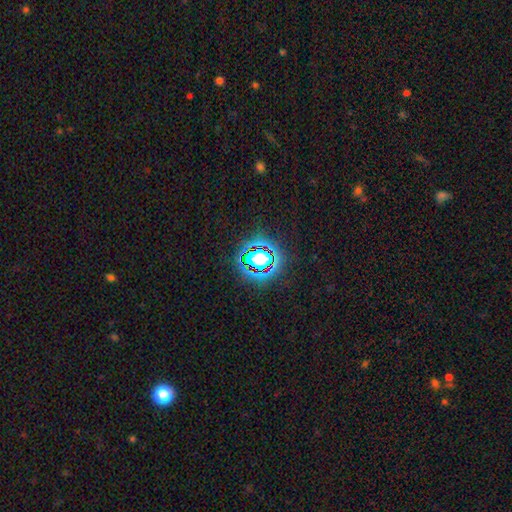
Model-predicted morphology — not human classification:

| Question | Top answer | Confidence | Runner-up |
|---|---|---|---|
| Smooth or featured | star or artifact | 79% | smooth (13%) |